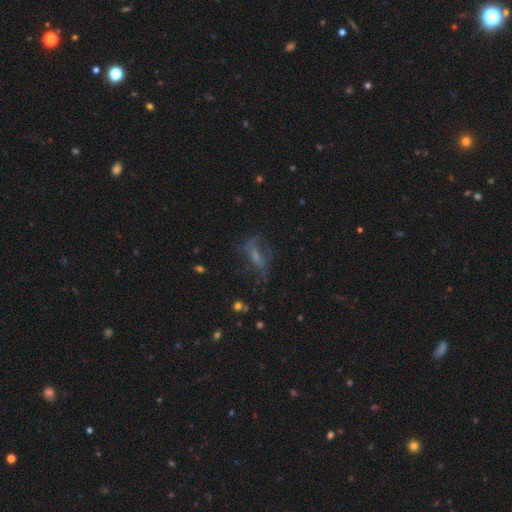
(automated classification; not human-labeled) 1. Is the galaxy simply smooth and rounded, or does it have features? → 46% featured or disk, 35% smooth, 20% star or artifact.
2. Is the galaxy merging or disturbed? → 44% none, 32% major disturbance, 21% minor disturbance, 3% merger.